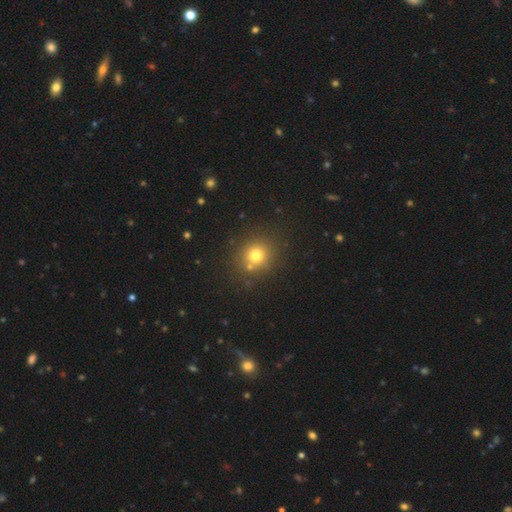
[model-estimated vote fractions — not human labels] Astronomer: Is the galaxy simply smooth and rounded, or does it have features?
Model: smooth — 74%.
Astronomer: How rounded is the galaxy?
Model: round — 87%.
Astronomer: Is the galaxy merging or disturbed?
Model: none — 81%.